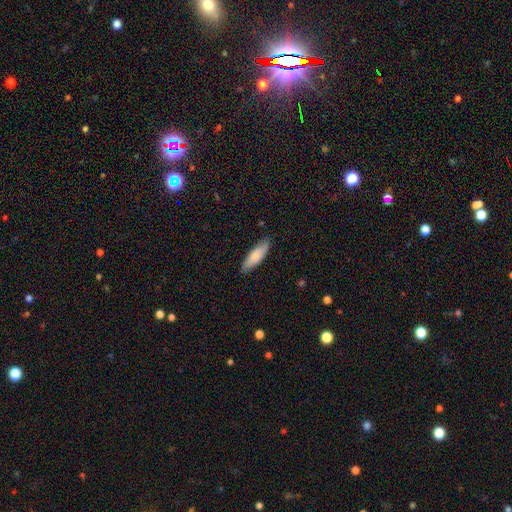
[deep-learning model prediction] Overall: smooth (78%). How rounded: cigar-shaped (53%; in between 46%). Merging: none (86%).